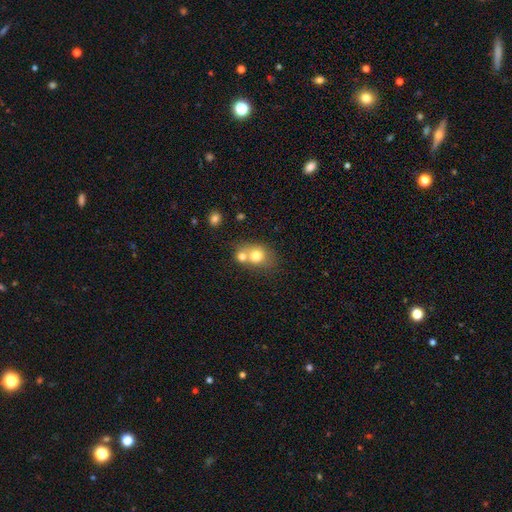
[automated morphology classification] smooth 74%, featured or disk 15%, star or artifact 10%. Down the decision tree: how rounded — round (58%); merging — merger (47%).